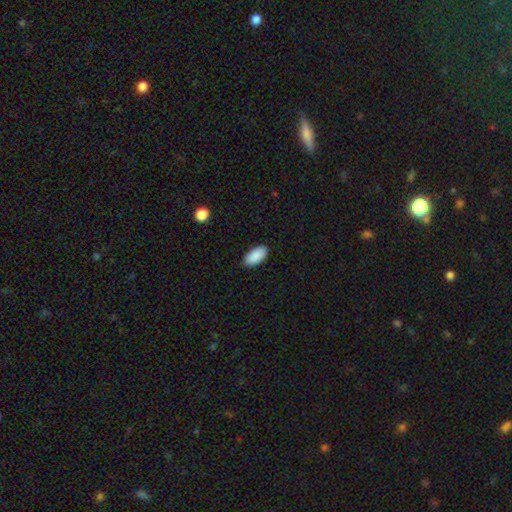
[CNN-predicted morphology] smooth_or_featured: smooth (p=0.90) [alt: star or artifact p=0.06]
how_rounded: in between (p=0.93) [alt: cigar-shaped p=0.05]
merging: none (p=0.88) [alt: minor disturbance p=0.09]